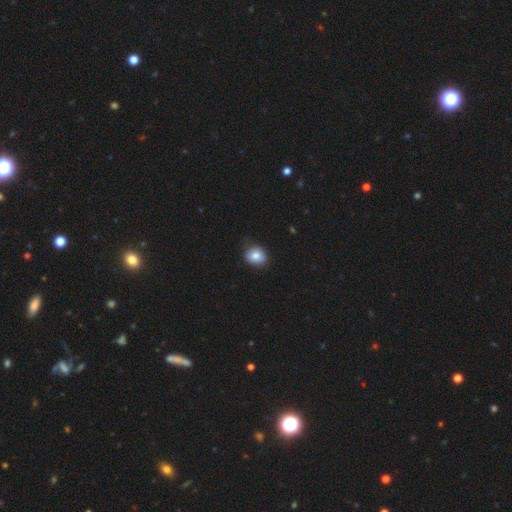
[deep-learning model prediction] This appears to be a smooth galaxy with no disk features (82%) that is round (65%). Merging: none (79%).